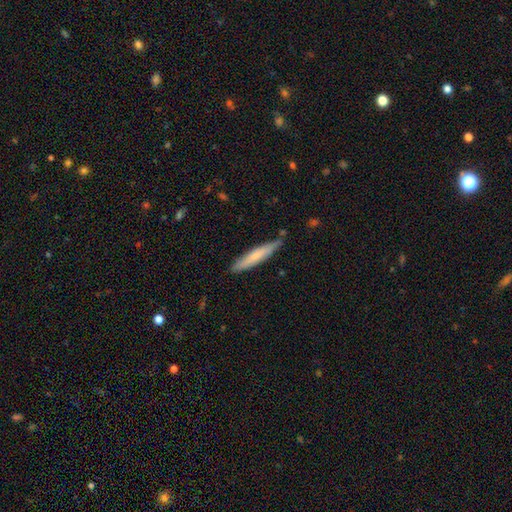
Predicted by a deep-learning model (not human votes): This is likely a smooth galaxy (64%). How rounded: clearly cigar-shaped (92%). Merging: clearly none (83%).